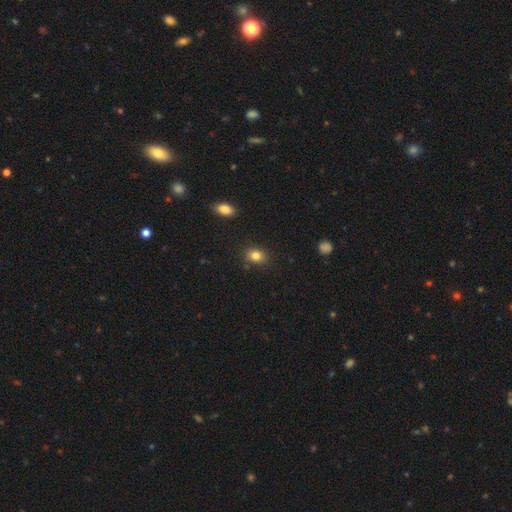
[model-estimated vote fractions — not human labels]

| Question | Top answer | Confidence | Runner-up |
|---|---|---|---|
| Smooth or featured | smooth | 83% | star or artifact (10%) |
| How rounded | in between | 57% | round (42%) |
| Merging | none | 84% | minor disturbance (11%) |